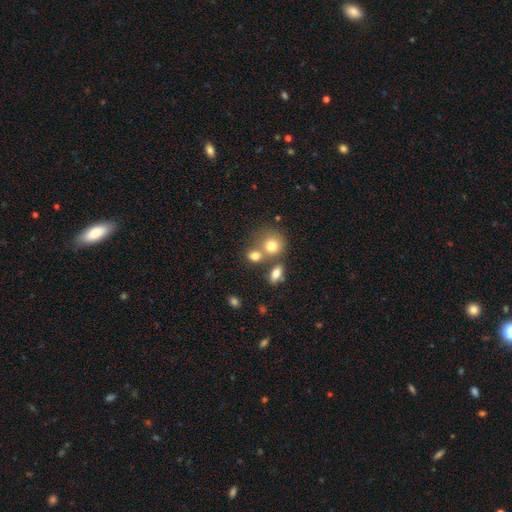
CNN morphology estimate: smooth 76%, featured or disk 12%, star or artifact 12%. Down the decision tree: how rounded — round (62%); merging — none (47%).